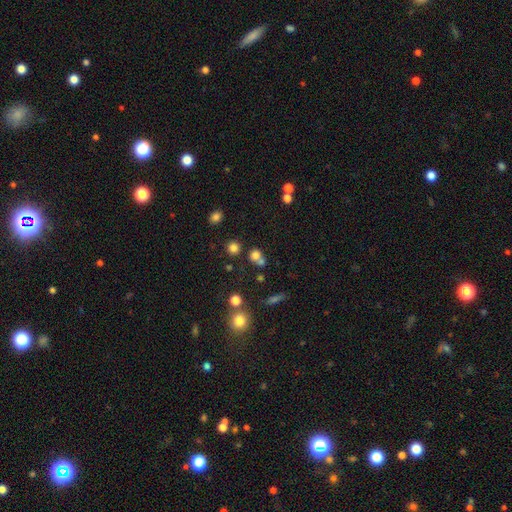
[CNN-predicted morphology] smooth-or-featured: smooth: 72% | star or artifact: 18% | featured or disk: 10%
  how-rounded: round: 84% | in between: 15% | cigar-shaped: 1%
  merging: none: 51% | merger: 37% | minor disturbance: 8% | major disturbance: 4%